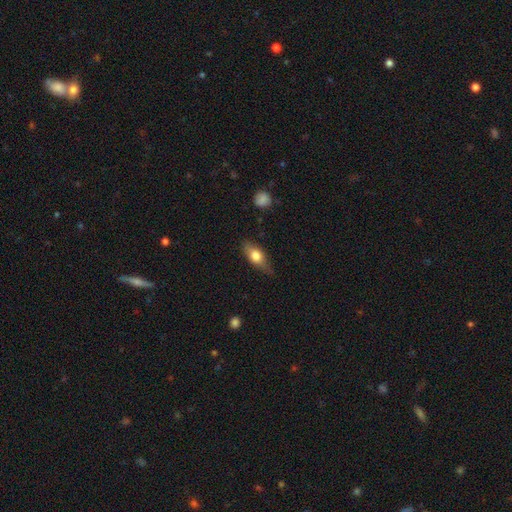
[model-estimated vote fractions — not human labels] Overall: smooth (68%). How rounded: in between (75%). Merging: none (70%).